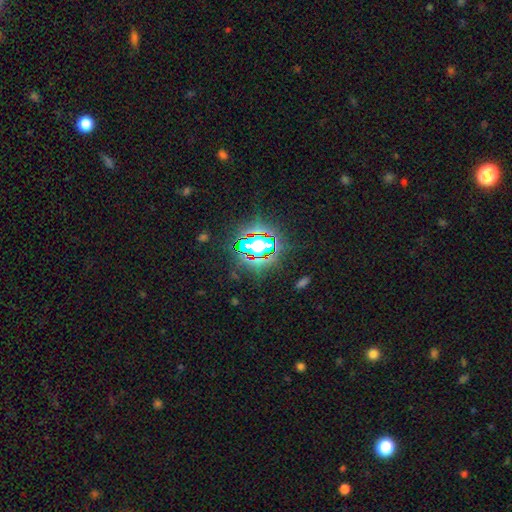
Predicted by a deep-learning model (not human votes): smooth_or_featured: star or artifact (p=0.78) [alt: smooth p=0.13]